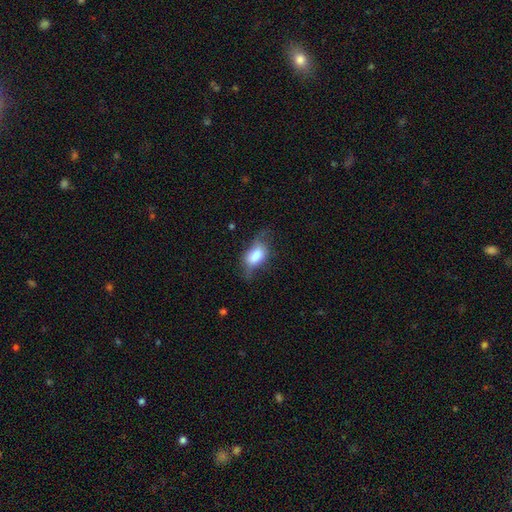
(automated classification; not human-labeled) Overall: smooth (67%). How rounded: in between (87%). Merging: none (41%; minor disturbance 33%).